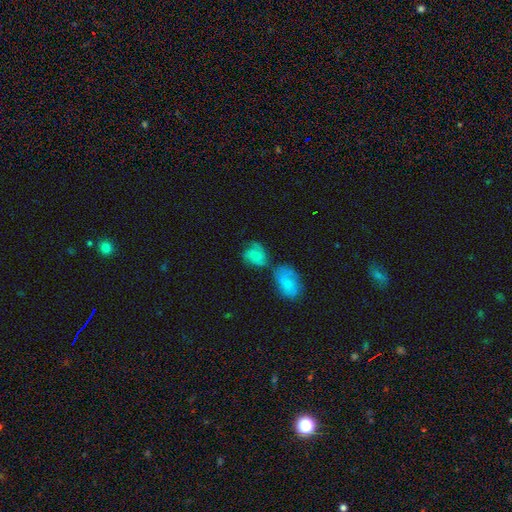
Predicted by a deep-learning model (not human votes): A smooth galaxy with no disk features (60%) that is in between round and cigar-shaped (54%). Merging: none (35%).